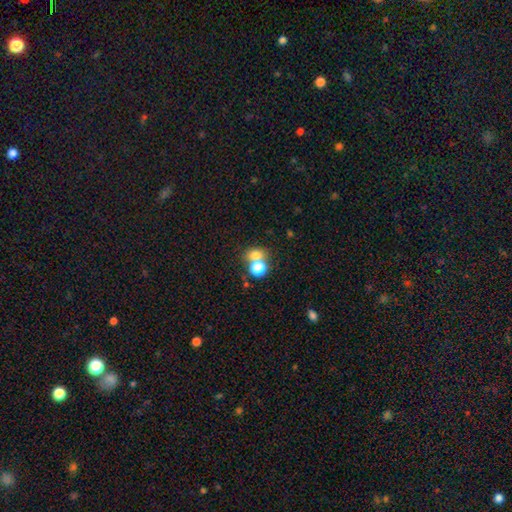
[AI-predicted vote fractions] This appears to be a smooth galaxy with no disk features (73%) that is round (60%). Merging: none (44%, tied with merger).